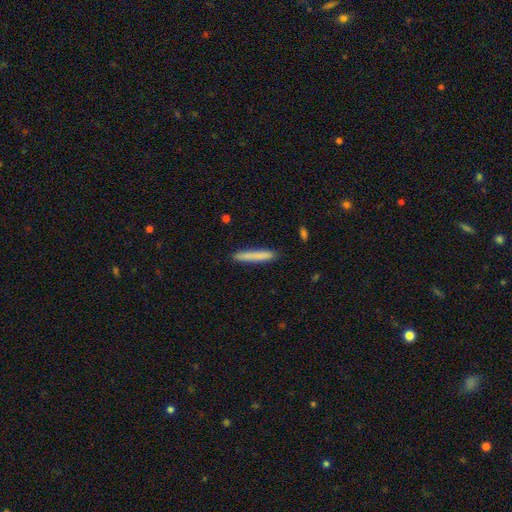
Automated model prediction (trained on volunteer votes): Smooth or featured: smooth — 79% (featured or disk — 14%)
How rounded: cigar-shaped — 95% (in between — 3%)
Merging: none — 89% (minor disturbance — 8%)